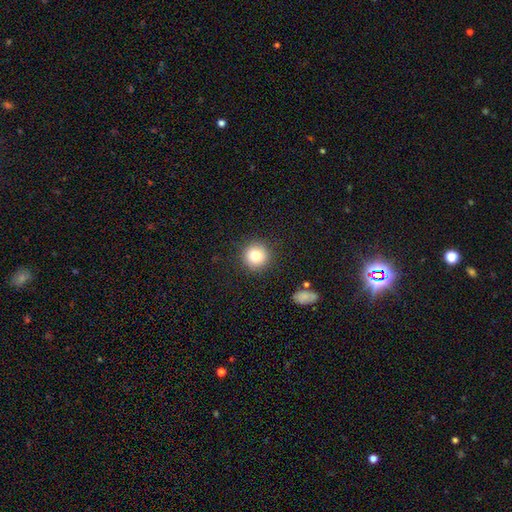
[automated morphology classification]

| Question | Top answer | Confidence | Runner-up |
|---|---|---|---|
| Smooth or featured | smooth | 79% | star or artifact (11%) |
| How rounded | round | 94% | in between (5%) |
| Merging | none | 89% | minor disturbance (7%) |